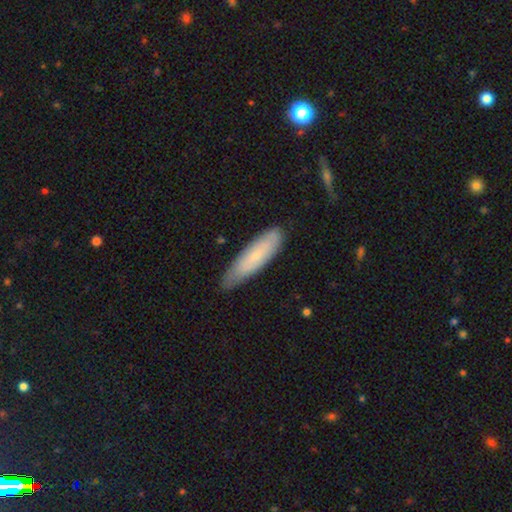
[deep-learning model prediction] Smooth or featured?
  - smooth: 66% *
  - featured or disk: 28%
  - star or artifact: 6%
How rounded?
  - cigar-shaped: 63% *
  - in between: 35%
  - round: 1%
Merging?
  - none: 71% *
  - minor disturbance: 24%
  - major disturbance: 4%
  - merger: 1%